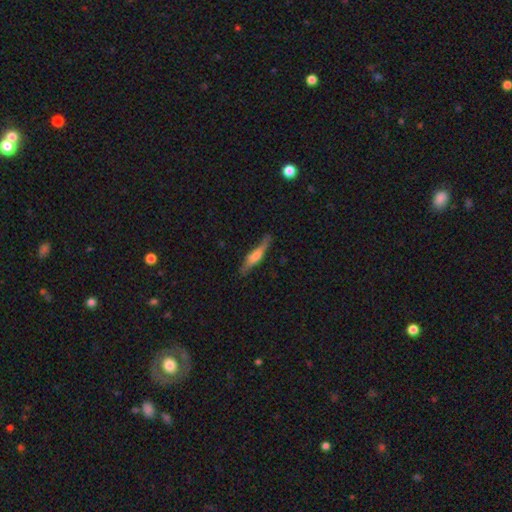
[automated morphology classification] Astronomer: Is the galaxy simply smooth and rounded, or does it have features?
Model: smooth — 48% (runner-up: featured or disk, 46%).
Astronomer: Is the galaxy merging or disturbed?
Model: none — 79%.